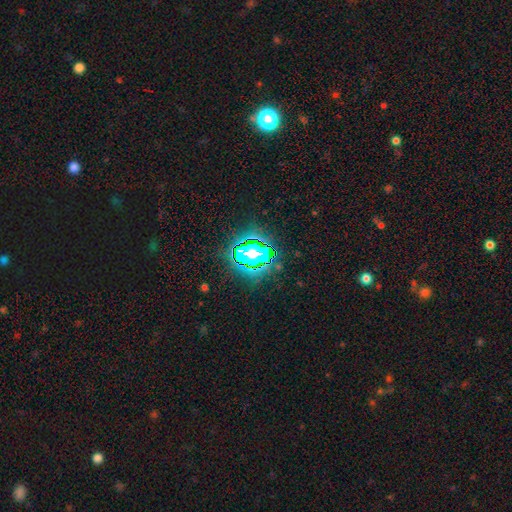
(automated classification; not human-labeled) A star or artifact, not a galaxy (81%).